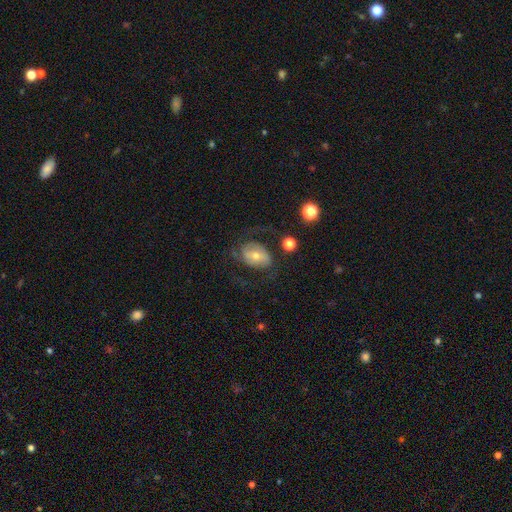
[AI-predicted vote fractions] featured or disk 54%, smooth 36%, star or artifact 10%. Down the decision tree: edge-on disk — no (94%); bar — no (49%); spiral arms — yes (61%); bulge size — moderate (48%); merging — none (56%).